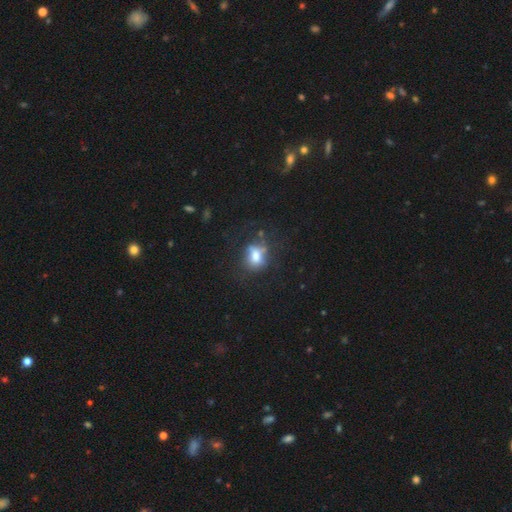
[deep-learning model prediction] Smooth or featured? smooth (67%)
How rounded? round (50%)
Merging? none (54%)